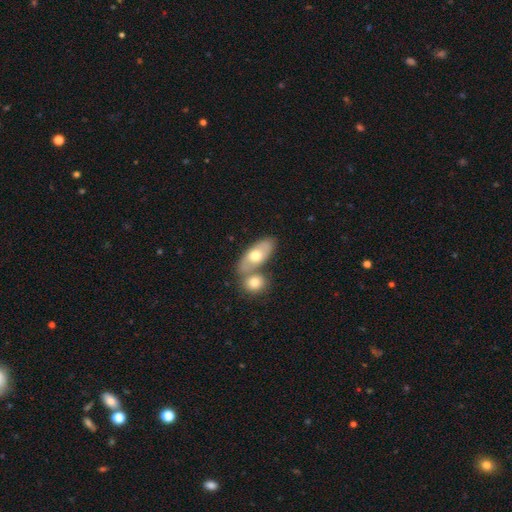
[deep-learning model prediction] Morphology: type=smooth (61%); roundness=in between (85%); merging=merger (46%).